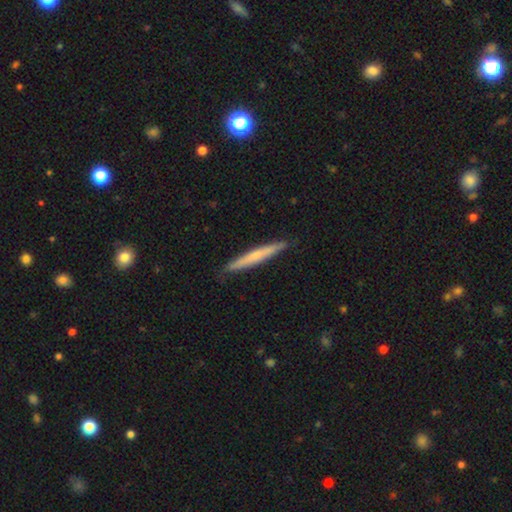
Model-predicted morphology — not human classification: Smooth or featured?
  - smooth: 51% *
  - featured or disk: 43%
  - star or artifact: 6%
How rounded?
  - cigar-shaped: 96% *
  - in between: 3%
  - round: 1%
Merging?
  - none: 89% *
  - minor disturbance: 9%
  - major disturbance: 1%
  - merger: 1%